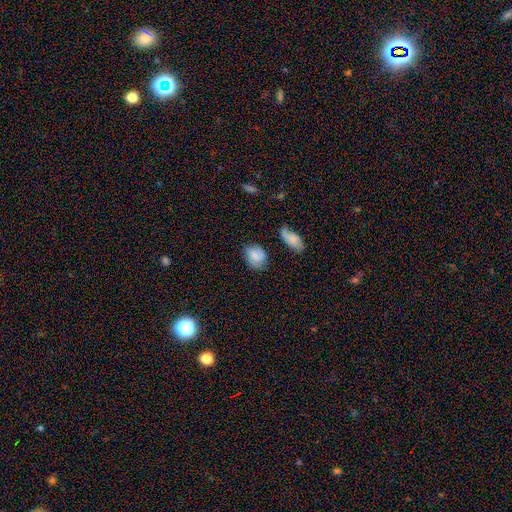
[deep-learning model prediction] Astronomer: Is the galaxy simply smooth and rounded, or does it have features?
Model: smooth — 72%.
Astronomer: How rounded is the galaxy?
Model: round — 51% (runner-up: in between, 48%).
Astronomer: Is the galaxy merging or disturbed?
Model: none — 63%.